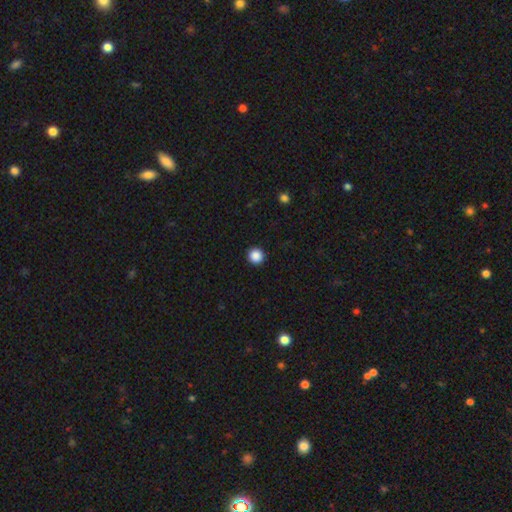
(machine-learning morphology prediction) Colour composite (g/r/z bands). It shows a smooth galaxy with no disk features (88%) that is round (96%). Merging: none (94%).